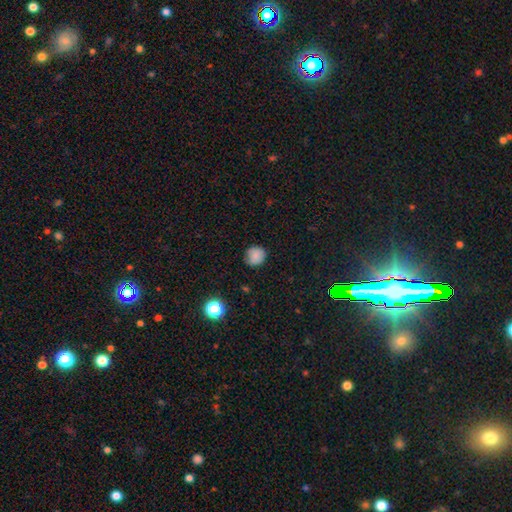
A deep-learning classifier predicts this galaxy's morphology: Overall: smooth (83%). How rounded: round (87%). Merging: none (79%).